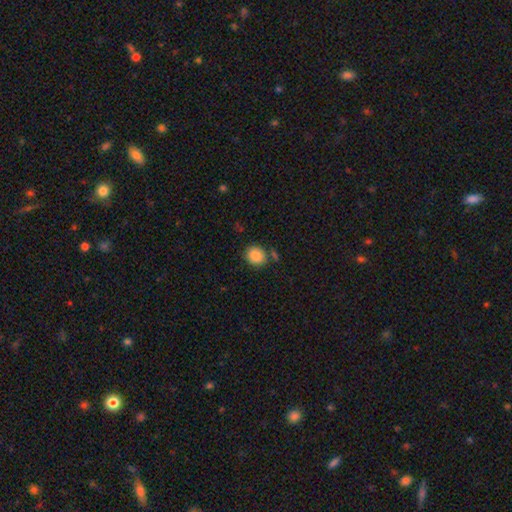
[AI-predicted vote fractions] smooth_or_featured: smooth (p=0.87) [alt: star or artifact p=0.09]
how_rounded: round (p=0.79) [alt: in between p=0.20]
merging: none (p=0.77) [alt: minor disturbance p=0.12]